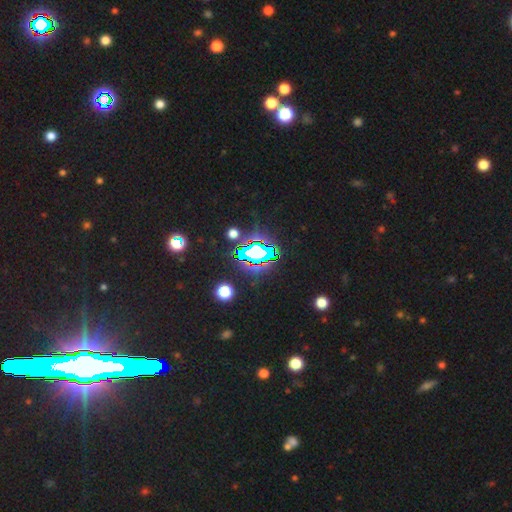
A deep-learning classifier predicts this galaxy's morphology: Smooth or featured: star or artifact — 69% (smooth — 18%)